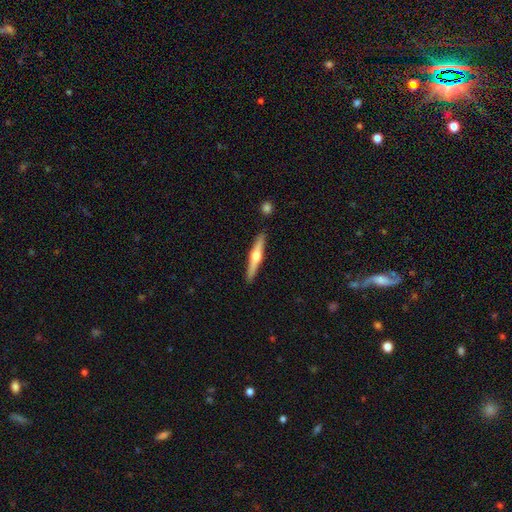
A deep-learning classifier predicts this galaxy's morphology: Smooth or featured? featured or disk (64%)
Edge-on disk? yes (97%)
Edge-on bulge? rounded (94%)
Merging? none (90%)